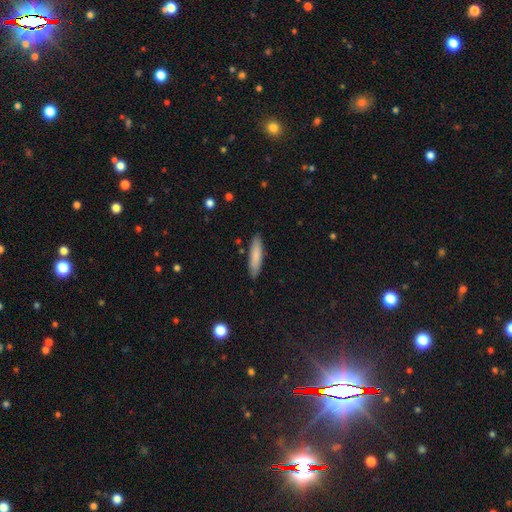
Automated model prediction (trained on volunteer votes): Smooth or featured?
  - smooth: 81% *
  - featured or disk: 13%
  - star or artifact: 6%
How rounded?
  - cigar-shaped: 78% *
  - in between: 21%
  - round: 1%
Merging?
  - none: 87% *
  - minor disturbance: 10%
  - major disturbance: 2%
  - merger: 2%